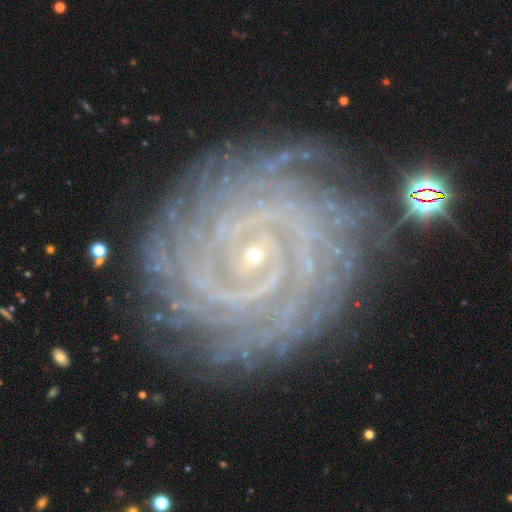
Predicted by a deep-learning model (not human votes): Q: Smooth or featured?
A: featured or disk (91%); runner-up: star or artifact (6%)
Q: Edge-on disk?
A: no (98%); runner-up: yes (2%)
Q: Bar?
A: no (51%); runner-up: weak (31%)
Q: Spiral arms?
A: yes (99%); runner-up: no (1%)
Q: Spiral winding?
A: tight (88%); runner-up: medium (10%)
Q: Spiral arm count?
A: more than 4 (21%); runner-up: 2 (19%)
Q: Bulge size?
A: small (87%); runner-up: moderate (9%)
Q: Merging?
A: none (81%); runner-up: minor disturbance (13%)